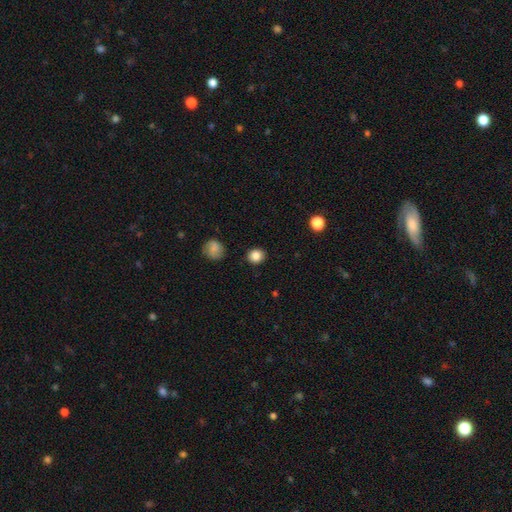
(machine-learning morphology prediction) Smooth or featured? Predicted: smooth (p=0.85). How rounded? Predicted: round (p=0.78). Merging? Predicted: none (p=0.88).